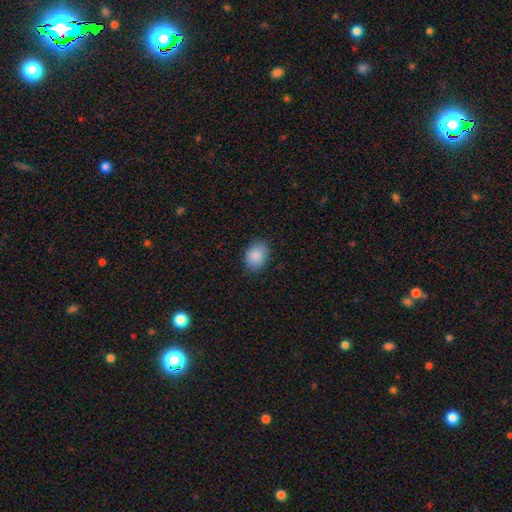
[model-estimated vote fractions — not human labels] Smooth or featured? smooth (88%)
How rounded? in between (69%)
Merging? none (83%)